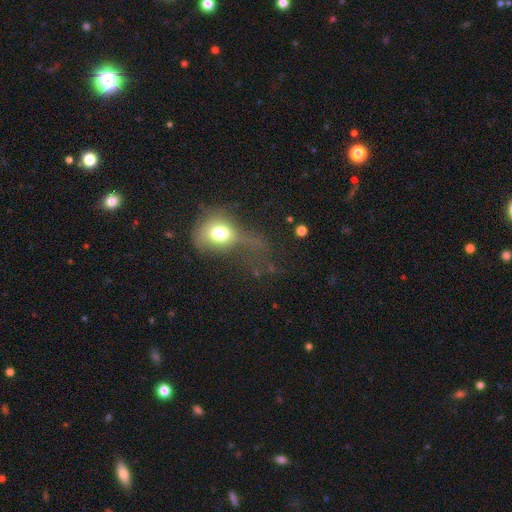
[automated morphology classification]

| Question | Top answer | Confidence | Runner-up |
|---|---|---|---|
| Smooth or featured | smooth | 57% | featured or disk (23%) |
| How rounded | round | 58% | in between (38%) |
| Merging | major disturbance | 53% | none (20%) |